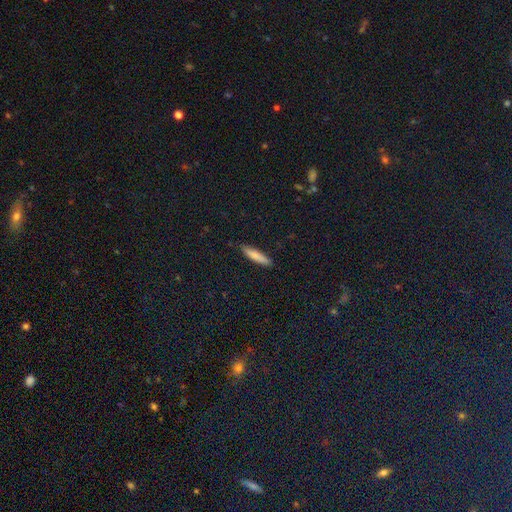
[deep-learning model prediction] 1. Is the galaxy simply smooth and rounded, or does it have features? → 80% smooth, 13% featured or disk, 6% star or artifact.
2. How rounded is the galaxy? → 85% cigar-shaped, 14% in between, 1% round.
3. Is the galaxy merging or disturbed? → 88% none, 9% minor disturbance, 2% major disturbance, 1% merger.